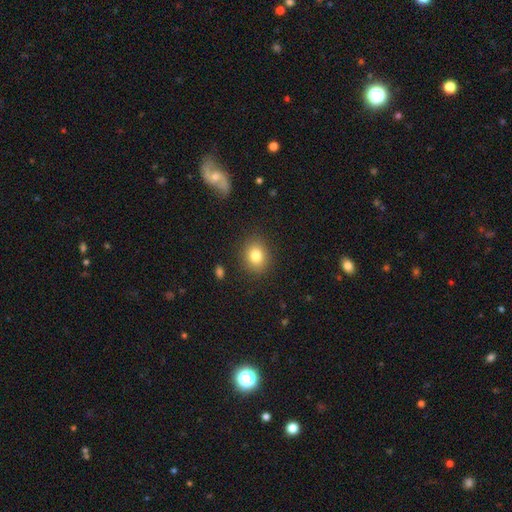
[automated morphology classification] A smooth galaxy with no disk features (82%) that is round (62%).

Vote fractions:
- Smooth or featured? smooth: 82% / star or artifact: 10% / featured or disk: 8%
- How rounded? round: 62% / in between: 38% / cigar-shaped: 1%
- Merging? none: 87% / minor disturbance: 9% / major disturbance: 3% / merger: 1%